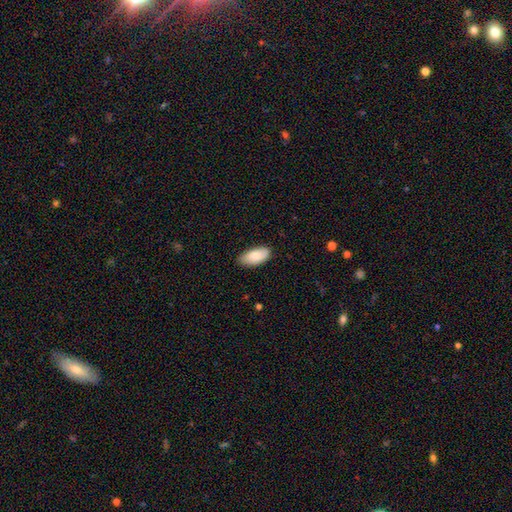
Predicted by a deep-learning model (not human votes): smooth_or_featured: smooth (p=0.84) [alt: featured or disk p=0.10]
how_rounded: in between (p=0.92) [alt: cigar-shaped p=0.06]
merging: none (p=0.84) [alt: minor disturbance p=0.13]